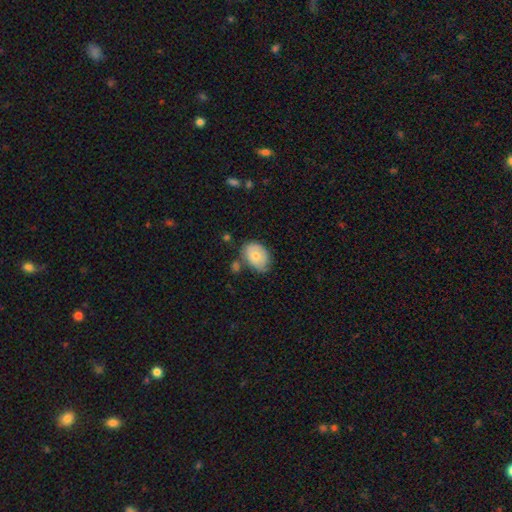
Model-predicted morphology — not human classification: A smooth galaxy with no disk features (70%) that is in between round and cigar-shaped (74%). Merging: none (56%).